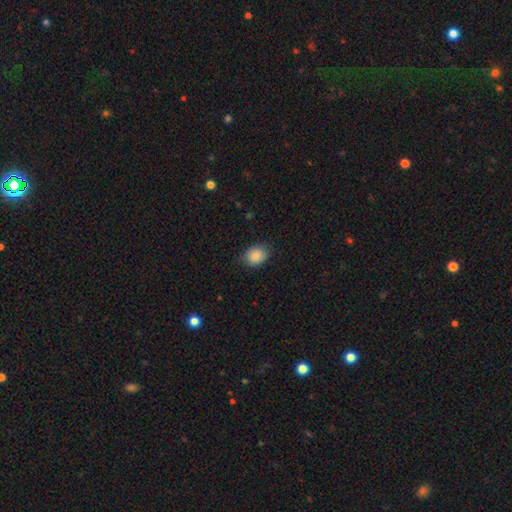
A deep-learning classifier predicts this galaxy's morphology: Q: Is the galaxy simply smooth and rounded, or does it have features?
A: smooth — 87%.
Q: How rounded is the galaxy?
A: in between — 57%.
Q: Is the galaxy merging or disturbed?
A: none — 82%.